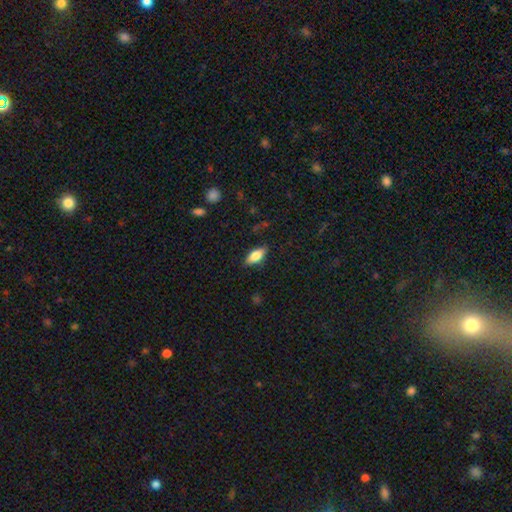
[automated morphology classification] Smooth or featured? Predicted: smooth (p=0.71). How rounded? Predicted: in between (p=0.79). Merging? Predicted: none (p=0.85).